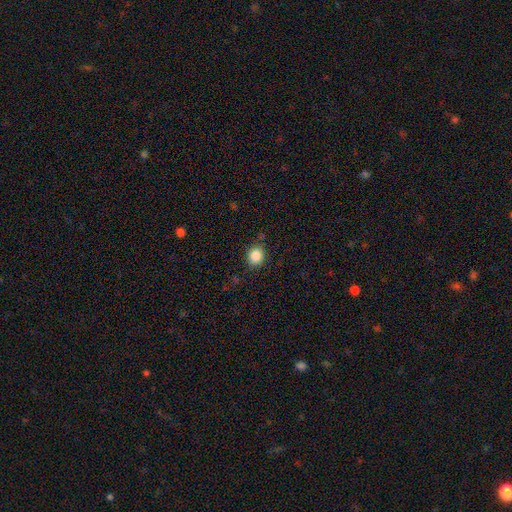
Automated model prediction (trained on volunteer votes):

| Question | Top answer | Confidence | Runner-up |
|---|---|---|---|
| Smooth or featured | smooth | 86% | star or artifact (10%) |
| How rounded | round | 72% | in between (27%) |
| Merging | none | 85% | minor disturbance (10%) |